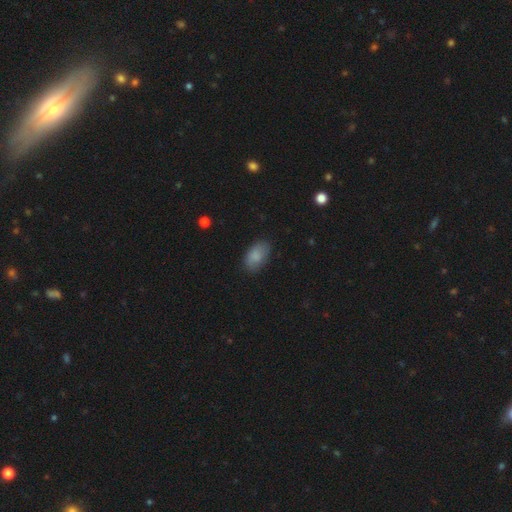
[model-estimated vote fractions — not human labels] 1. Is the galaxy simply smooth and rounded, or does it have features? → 84% smooth, 9% featured or disk, 7% star or artifact.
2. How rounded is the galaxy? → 93% in between, 5% round, 2% cigar-shaped.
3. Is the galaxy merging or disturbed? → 77% none, 18% minor disturbance, 4% major disturbance, 1% merger.